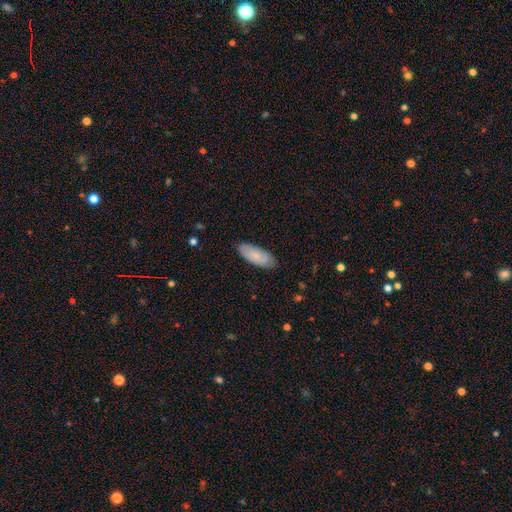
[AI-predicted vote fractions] A smooth galaxy with no disk features (75%) that is in between round and cigar-shaped (83%). Merging: none (82%).